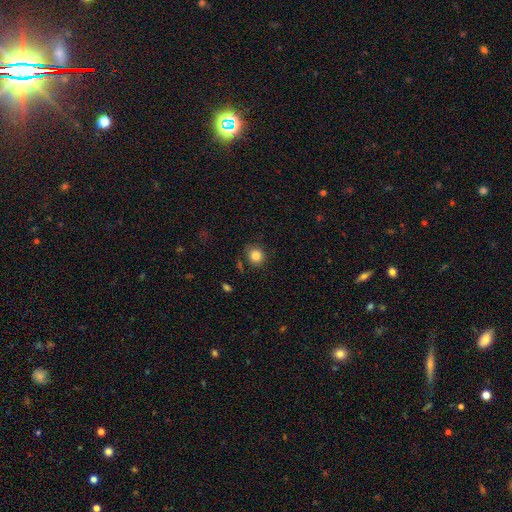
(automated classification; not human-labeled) Smooth or featured?
  - smooth: 83% *
  - star or artifact: 11%
  - featured or disk: 6%
How rounded?
  - round: 81% *
  - in between: 18%
  - cigar-shaped: 1%
Merging?
  - none: 83% *
  - minor disturbance: 11%
  - major disturbance: 3%
  - merger: 3%